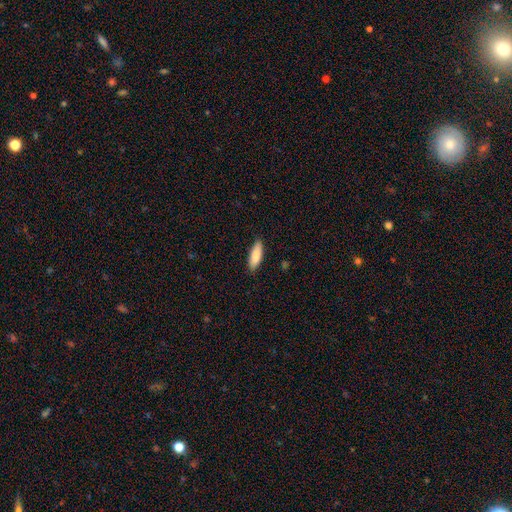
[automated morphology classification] The model was most divided on "how rounded": in between: 56%, cigar-shaped: 42%, round: 2%. More confident: merging — none (86%); smooth or featured — smooth (85%).